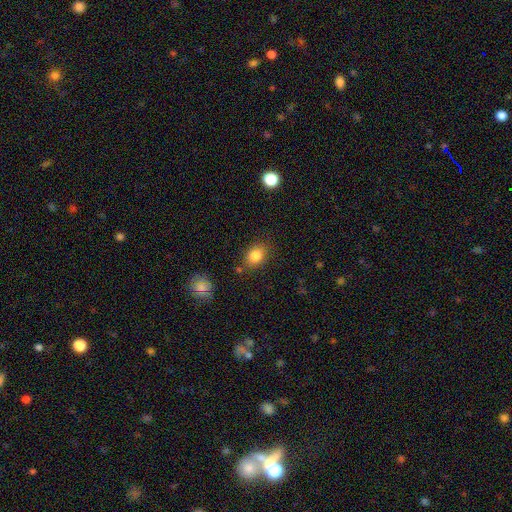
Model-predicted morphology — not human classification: A smooth galaxy with no disk features (83%) that is in between round and cigar-shaped (59%). Merging: none (78%).